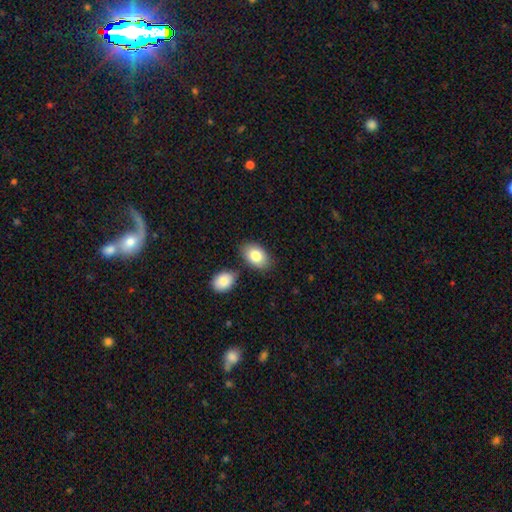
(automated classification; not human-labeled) The model was most divided on "merging": none: 74%, minor disturbance: 12%, merger: 10%, major disturbance: 3%. More confident: how rounded — in between (89%); smooth or featured — smooth (82%).